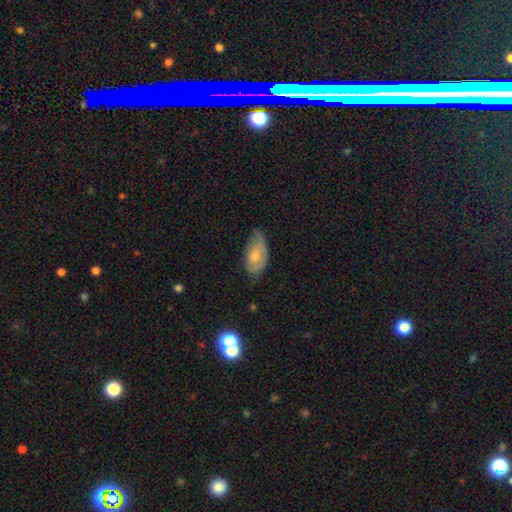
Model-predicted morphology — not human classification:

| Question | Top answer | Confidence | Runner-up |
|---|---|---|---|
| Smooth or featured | smooth | 65% | featured or disk (28%) |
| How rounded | in between | 92% | cigar-shaped (4%) |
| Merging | none | 50% | minor disturbance (38%) |